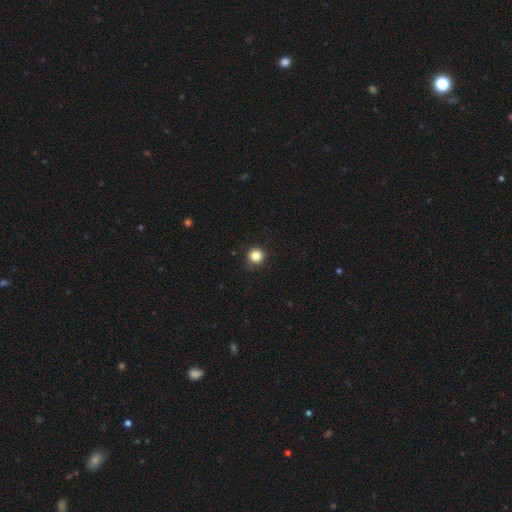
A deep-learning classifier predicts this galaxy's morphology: Smooth or featured: smooth — 84% (star or artifact — 12%)
How rounded: round — 94% (in between — 5%)
Merging: none — 87% (minor disturbance — 10%)